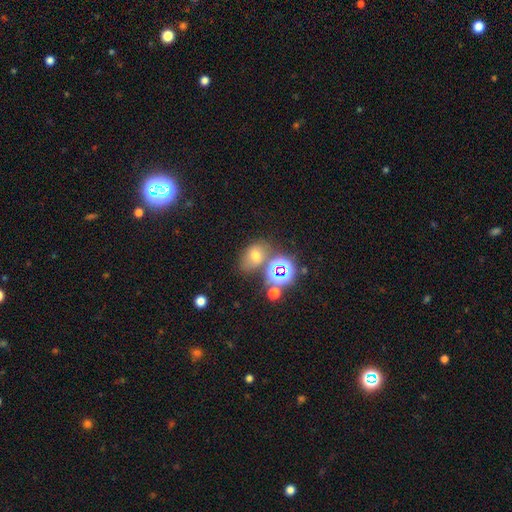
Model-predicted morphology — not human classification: This is possibly a smooth galaxy (58%). How rounded: likely in between (65%). Merging: possibly none (58%).